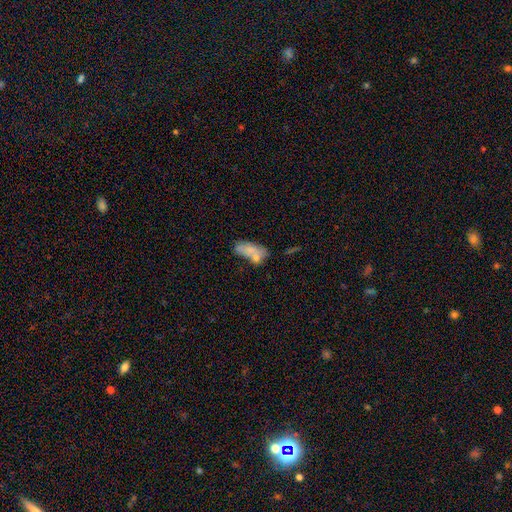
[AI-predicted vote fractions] Q: Smooth or featured?
A: smooth (67%); runner-up: featured or disk (22%)
Q: How rounded?
A: in between (76%); runner-up: cigar-shaped (19%)
Q: Merging?
A: none (43%); runner-up: merger (24%)